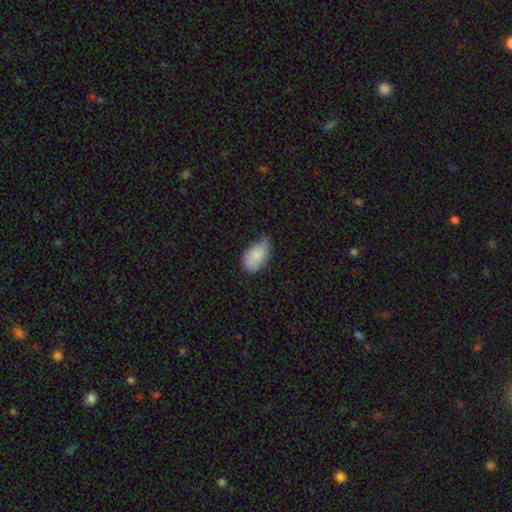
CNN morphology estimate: smooth_or_featured: smooth (p=0.80) [alt: featured or disk p=0.13]
how_rounded: in between (p=0.93) [alt: round p=0.06]
merging: minor disturbance (p=0.47) [alt: none p=0.42]